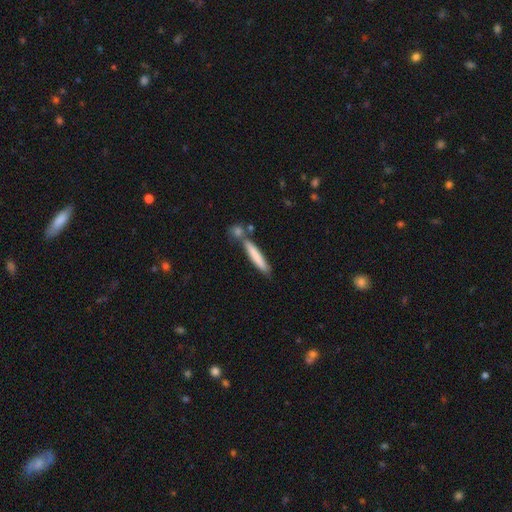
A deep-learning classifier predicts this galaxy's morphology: Smooth or featured? smooth (77%)
How rounded? cigar-shaped (91%)
Merging? none (68%)